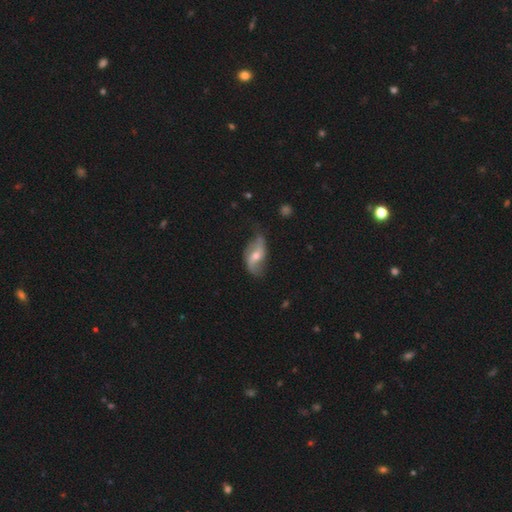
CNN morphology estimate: Smooth or featured?
  - featured or disk: 72% *
  - smooth: 22%
  - star or artifact: 6%
Edge-on disk?
  - no: 93% *
  - yes: 7%
Bar?
  - no: 43% *
  - weak: 38%
  - strong: 18%
Spiral arms?
  - yes: 89% *
  - no: 11%
Spiral winding?
  - loose: 81% *
  - medium: 14%
  - tight: 5%
Spiral arm count?
  - 2: 89% *
  - can't tell: 4%
  - 1: 3%
  - 3: 1%
  - 4: 1%
  - more than 4: 1%
Bulge size?
  - moderate: 58% *
  - small: 36%
  - large: 3%
  - none: 2%
  - dominant: 1%
Merging?
  - none: 62% *
  - minor disturbance: 26%
  - major disturbance: 10%
  - merger: 2%